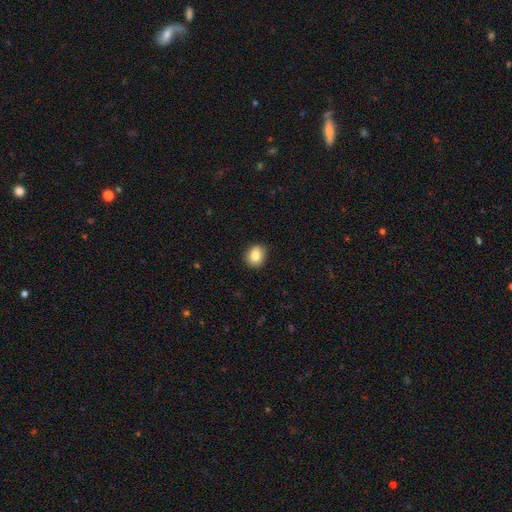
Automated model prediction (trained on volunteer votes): A smooth galaxy with no disk features (83%) that is round (70%).

Vote fractions:
- Smooth or featured? smooth: 83% / star or artifact: 9% / featured or disk: 8%
- How rounded? round: 70% / in between: 29% / cigar-shaped: 1%
- Merging? none: 87% / minor disturbance: 10% / major disturbance: 2% / merger: 1%